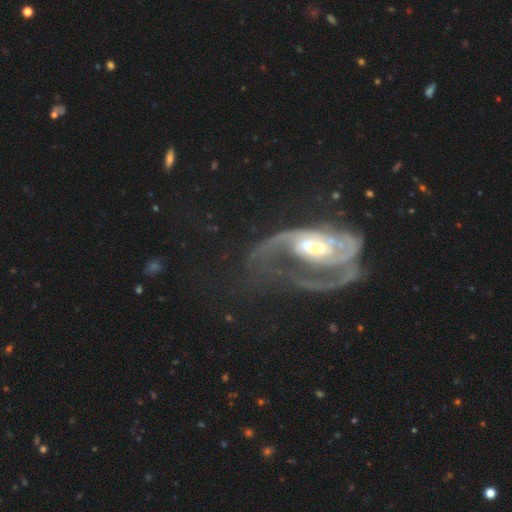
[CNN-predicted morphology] This is clearly a featured or disk galaxy (81%). It is clearly not viewed edge-on (94%). Bar: possibly no (46%). Spiral arm pattern: likely yes (75%). Spiral arm count: marginally 2 (36%). Spiral winding: marginally medium (40%). Central bulge: possibly moderate (55%). Merging: possibly major disturbance (56%).